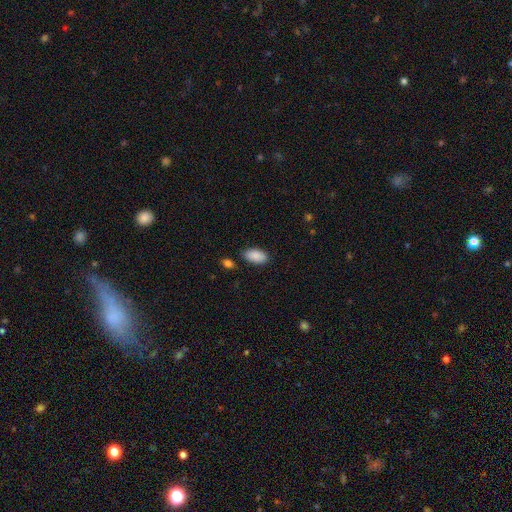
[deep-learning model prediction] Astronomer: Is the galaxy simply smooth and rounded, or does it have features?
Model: smooth — 90%.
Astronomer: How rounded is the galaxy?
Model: in between — 95%.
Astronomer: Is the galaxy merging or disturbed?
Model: none — 83%.